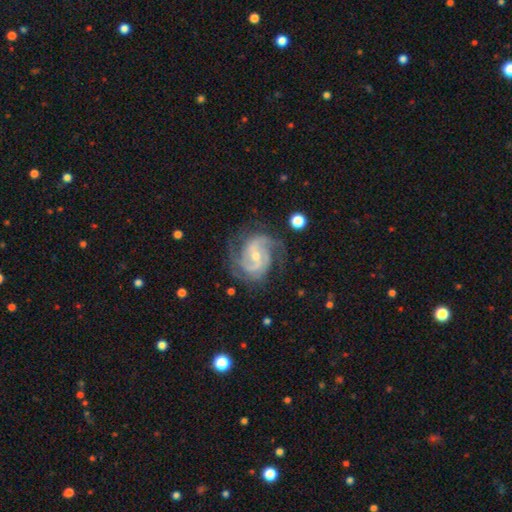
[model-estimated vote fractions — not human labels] This is clearly a featured or disk galaxy (91%). It is clearly not viewed edge-on (98%). Bar: marginally weak (42%). Spiral arm pattern: clearly yes (98%). Spiral arm count: possibly 2 (58%). Spiral winding: possibly medium (47%). Central bulge: possibly small (58%). Merging: likely none (74%).